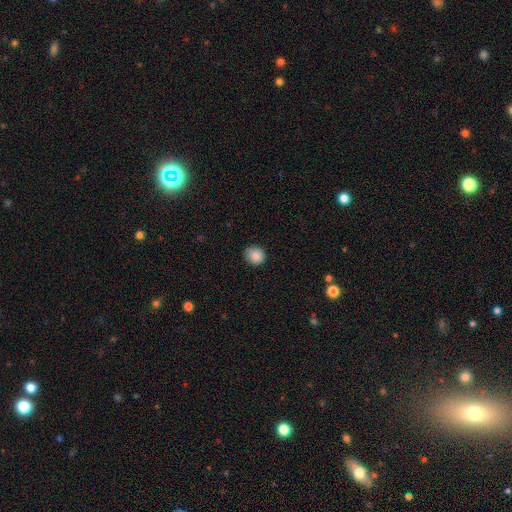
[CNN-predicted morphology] This is clearly a smooth galaxy (88%). How rounded: clearly round (82%). Merging: clearly none (81%).